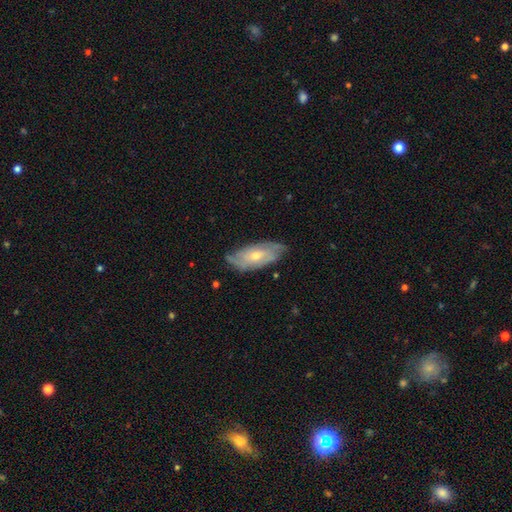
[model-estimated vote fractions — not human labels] featured or disk 68%, smooth 26%, star or artifact 6%. Down the decision tree: edge-on disk — no (87%); bar — no (68%); spiral arms — yes (84%); bulge size — moderate (49%); merging — none (73%).